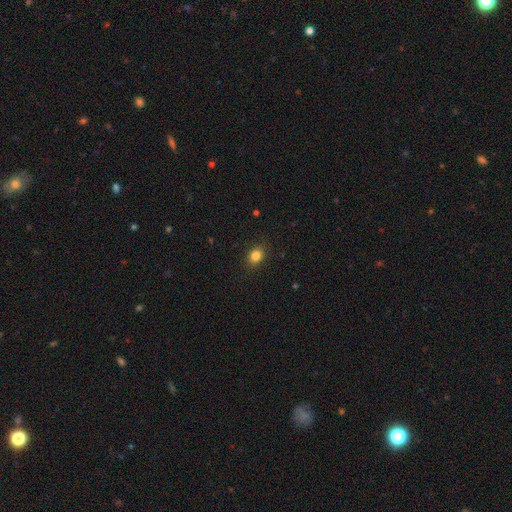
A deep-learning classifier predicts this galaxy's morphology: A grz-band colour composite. It shows a smooth galaxy with no disk features (84%) that is in between round and cigar-shaped (52%). Merging: none (88%).